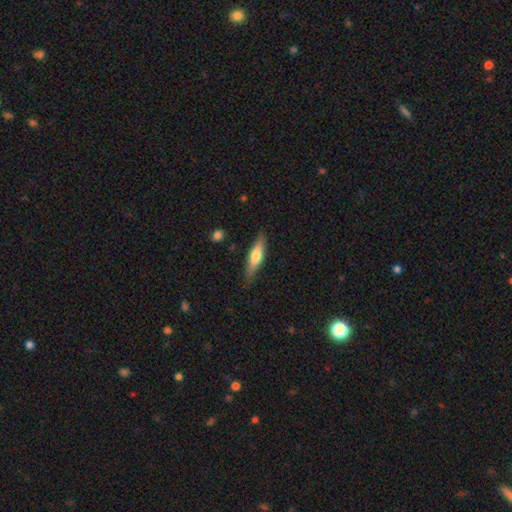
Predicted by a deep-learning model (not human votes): This appears to be a smooth galaxy with no disk features (56%) that is cigar-shaped (70%). Merging: none (84%).